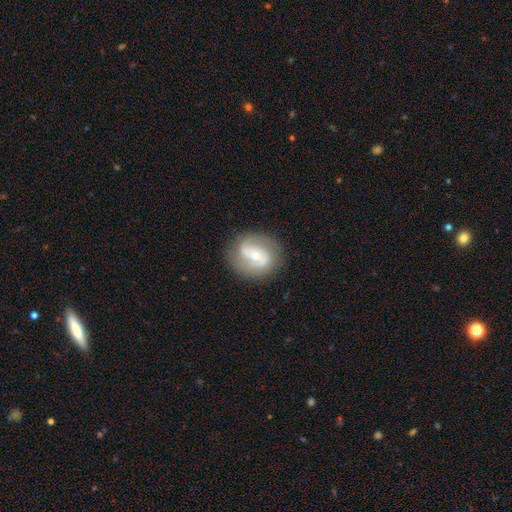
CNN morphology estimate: A featured or disk galaxy (77%) with a weak bar (41%), 2 (84%) medium (48%) spiral arms (91%) and a small central bulge (52%). Merging: none (80%).